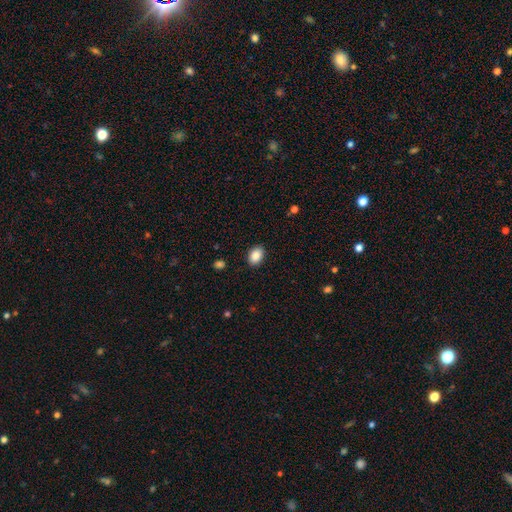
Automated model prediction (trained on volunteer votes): Smooth or featured? Predicted: smooth (p=0.88). How rounded? Predicted: in between (p=0.80). Merging? Predicted: none (p=0.89).